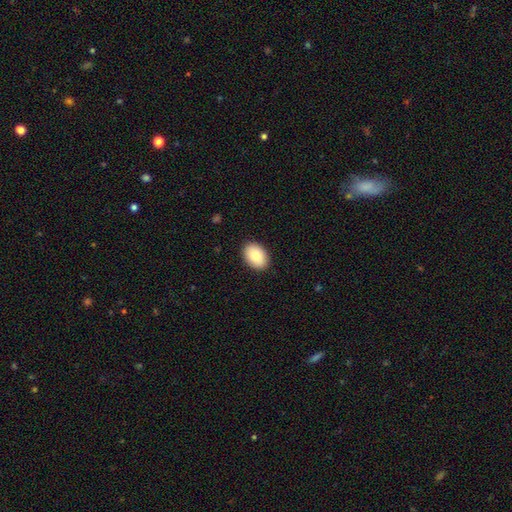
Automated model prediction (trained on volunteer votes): This appears to be a smooth galaxy with no disk features (87%) that is in between round and cigar-shaped (85%). Merging: none (89%).